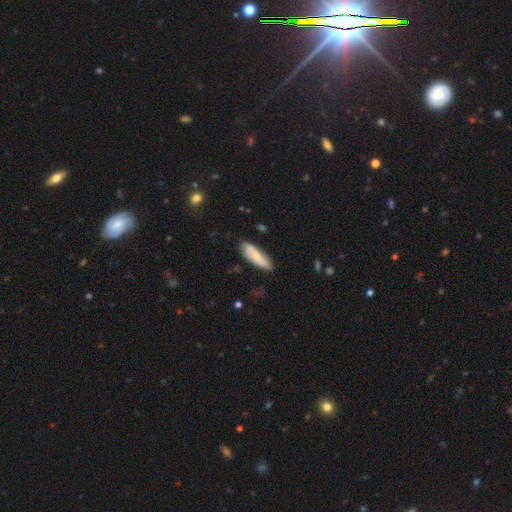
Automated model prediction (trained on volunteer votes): Q: Smooth or featured?
A: smooth (71%); runner-up: featured or disk (24%)
Q: How rounded?
A: cigar-shaped (53%); runner-up: in between (45%)
Q: Merging?
A: none (80%); runner-up: minor disturbance (15%)